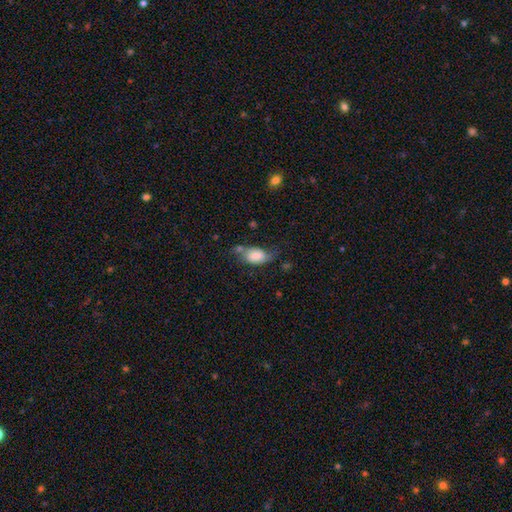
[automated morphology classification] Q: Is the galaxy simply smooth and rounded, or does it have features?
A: smooth — 70%.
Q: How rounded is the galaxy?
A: in between — 87%.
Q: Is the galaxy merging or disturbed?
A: none — 42%.